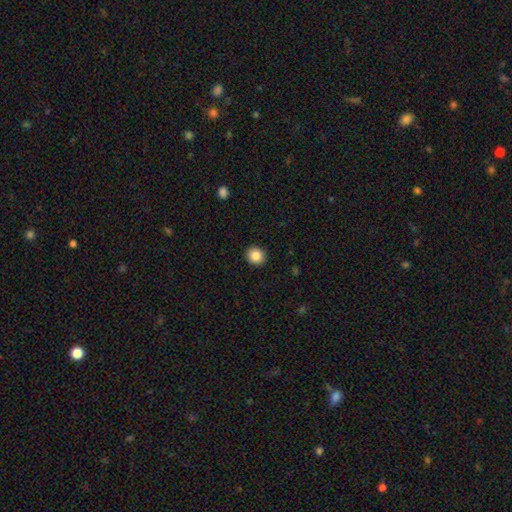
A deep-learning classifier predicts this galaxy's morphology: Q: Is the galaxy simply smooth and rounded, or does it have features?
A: smooth — 87%.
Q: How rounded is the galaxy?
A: round — 90%.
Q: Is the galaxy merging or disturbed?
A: none — 92%.